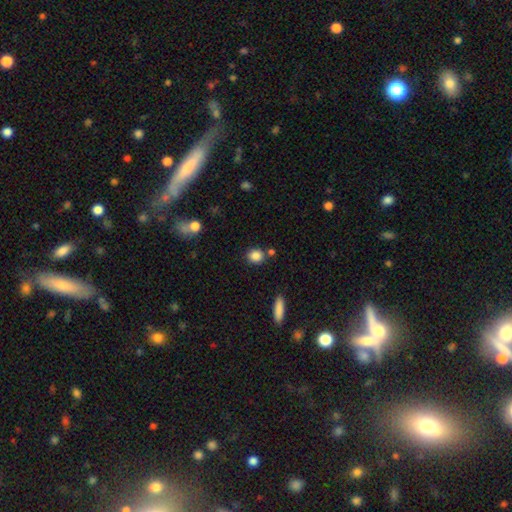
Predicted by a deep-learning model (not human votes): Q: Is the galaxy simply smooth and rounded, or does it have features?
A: smooth — 86%.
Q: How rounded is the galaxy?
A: round — 70%.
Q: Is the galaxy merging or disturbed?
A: none — 75%.